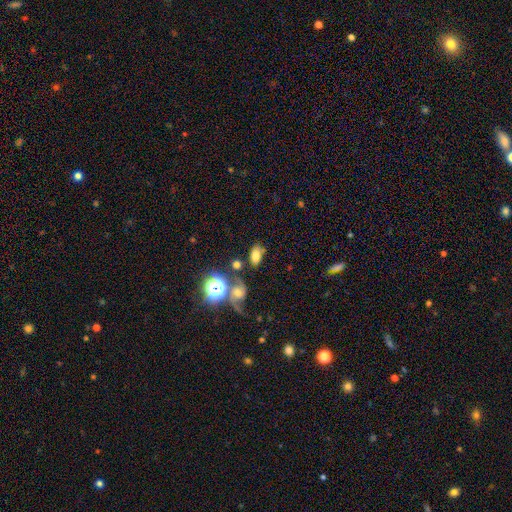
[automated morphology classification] Smooth or featured? Predicted: smooth (p=0.67). How rounded? Predicted: in between (p=0.85). Merging? Predicted: none (p=0.63).